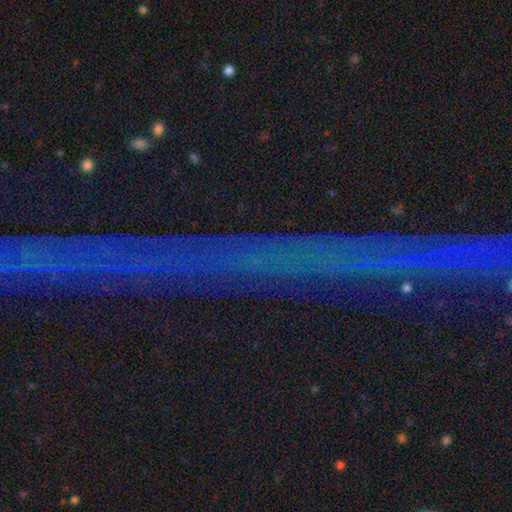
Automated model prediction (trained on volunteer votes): A star or artifact, not a galaxy (76%).

Vote fractions:
- Smooth or featured? star or artifact: 76% / featured or disk: 13% / smooth: 10%